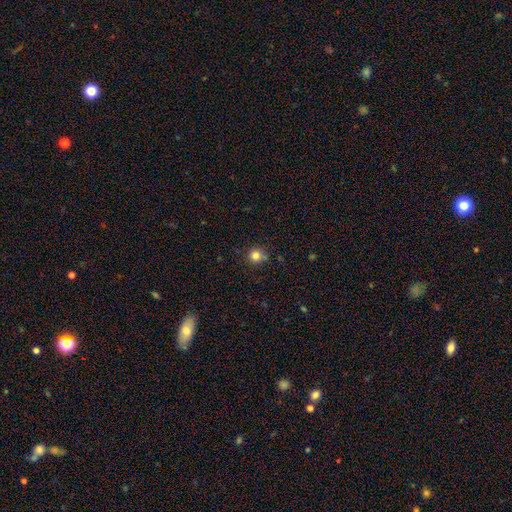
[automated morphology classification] smooth 83%, star or artifact 12%, featured or disk 5%. Down the decision tree: how rounded — round (91%); merging — none (77%).